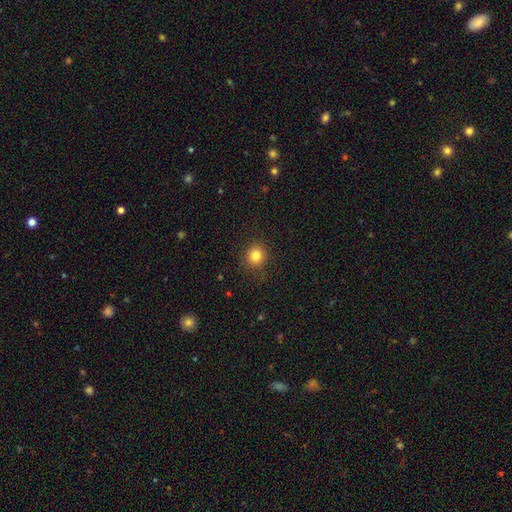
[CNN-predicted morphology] Smooth or featured? smooth (83%)
How rounded? round (88%)
Merging? none (88%)